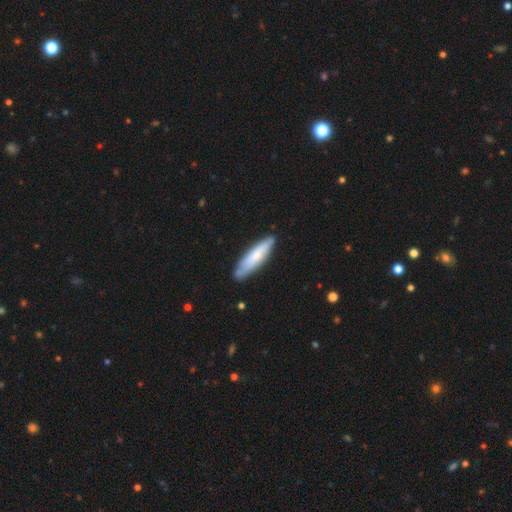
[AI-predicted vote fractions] smooth 68%, featured or disk 27%, star or artifact 5%. Down the decision tree: how rounded — cigar-shaped (73%); merging — none (83%).